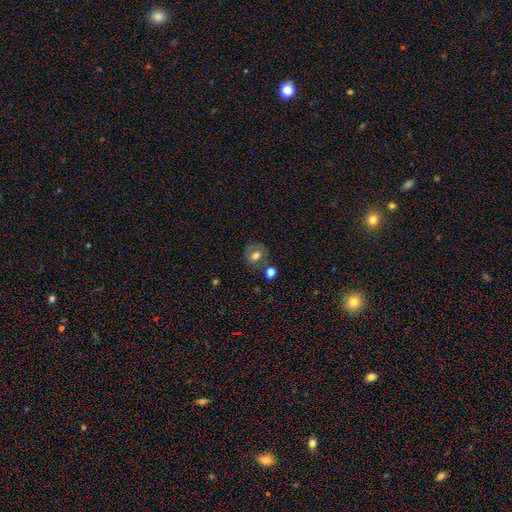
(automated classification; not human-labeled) Smooth or featured? smooth (68%)
How rounded? round (64%)
Merging? none (64%)